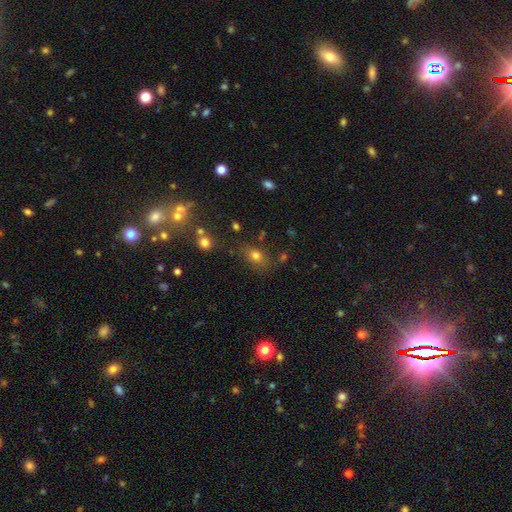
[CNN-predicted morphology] Smooth or featured?
  - smooth: 75% *
  - star or artifact: 15%
  - featured or disk: 10%
How rounded?
  - in between: 67% *
  - round: 30%
  - cigar-shaped: 3%
Merging?
  - none: 71% *
  - minor disturbance: 16%
  - merger: 7%
  - major disturbance: 6%